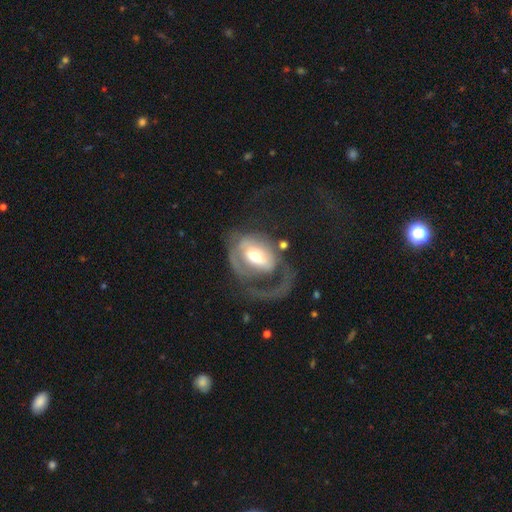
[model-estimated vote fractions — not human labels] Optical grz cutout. It shows a featured or disk galaxy (66%) with no bar (40%), spiral arms (64%) and a moderate central bulge (62%). Merging: major disturbance (58%).